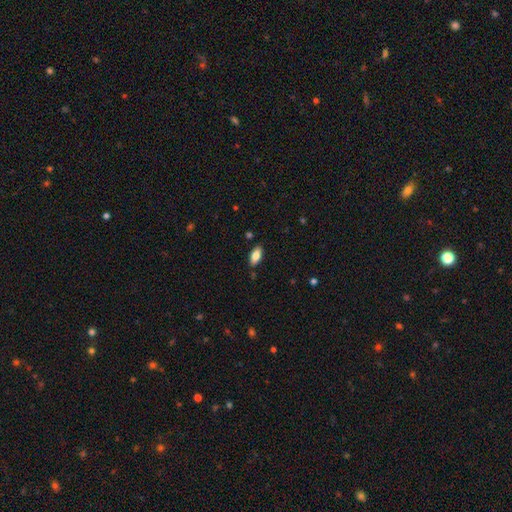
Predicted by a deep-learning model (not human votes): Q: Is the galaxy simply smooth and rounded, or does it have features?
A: smooth — 82%.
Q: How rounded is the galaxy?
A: in between — 88%.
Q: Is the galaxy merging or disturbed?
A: none — 86%.